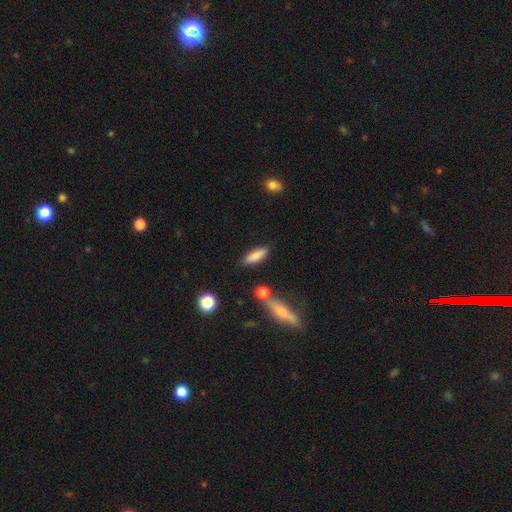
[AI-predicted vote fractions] This appears to be a smooth galaxy with no disk features (81%) that is cigar-shaped (52%). Merging: none (80%).